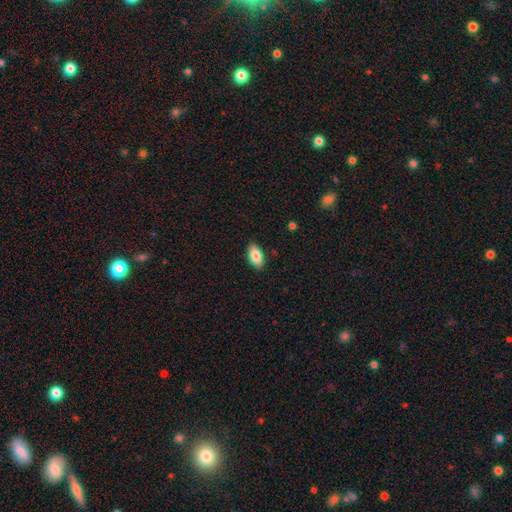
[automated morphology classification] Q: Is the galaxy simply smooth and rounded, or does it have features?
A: smooth — 82%.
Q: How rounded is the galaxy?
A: in between — 92%.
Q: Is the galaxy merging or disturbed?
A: none — 87%.